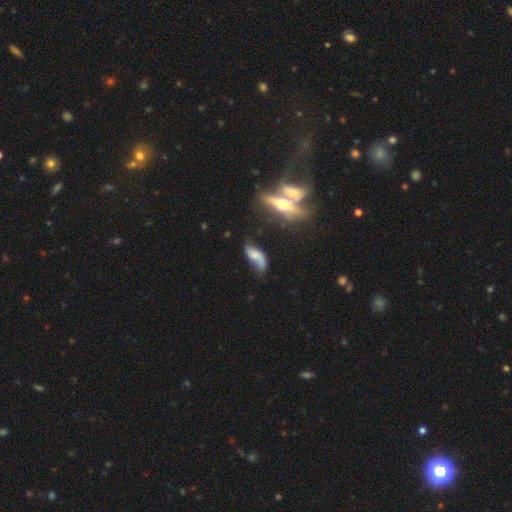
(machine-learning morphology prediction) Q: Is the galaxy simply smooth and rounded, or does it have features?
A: featured or disk — 49%.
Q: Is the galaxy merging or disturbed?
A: none — 42%.